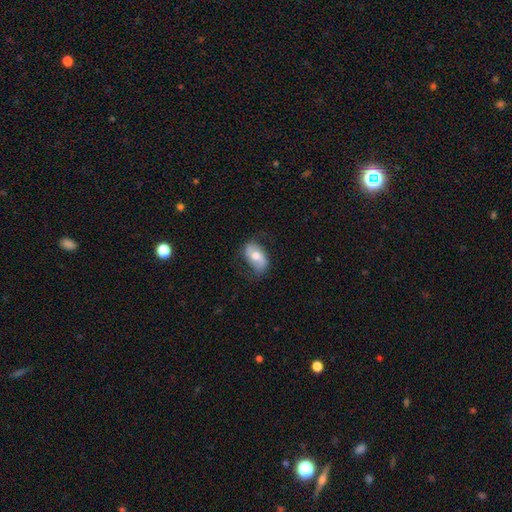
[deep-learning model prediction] A smooth galaxy with no disk features (55%) that is in between round and cigar-shaped (91%). Merging: none (71%).